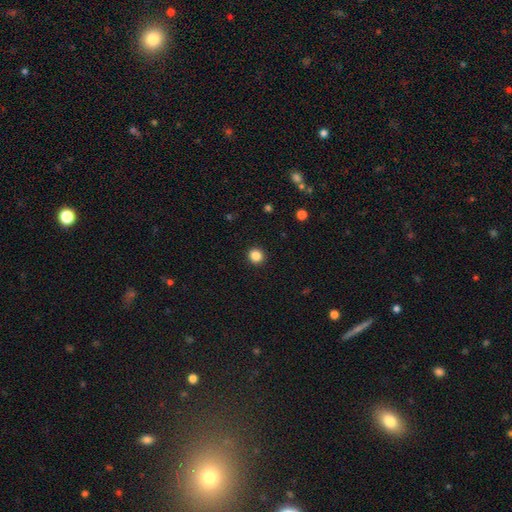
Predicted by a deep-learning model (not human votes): The model was most divided on "smooth or featured": smooth: 86%, star or artifact: 11%, featured or disk: 3%. More confident: merging — none (93%); how rounded — round (90%).